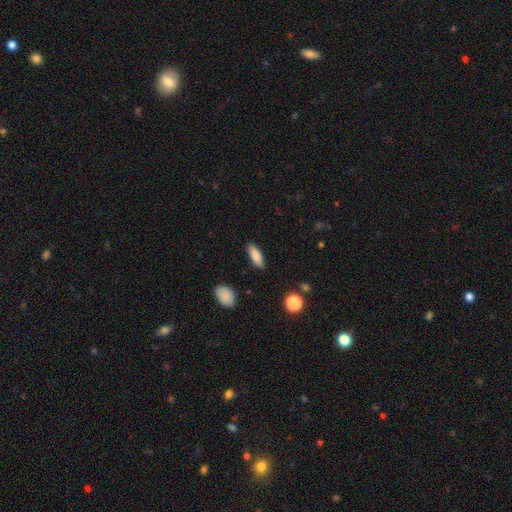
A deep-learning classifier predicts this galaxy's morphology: Smooth or featured? Predicted: smooth (p=0.85). How rounded? Predicted: in between (p=0.64). Merging? Predicted: none (p=0.85).